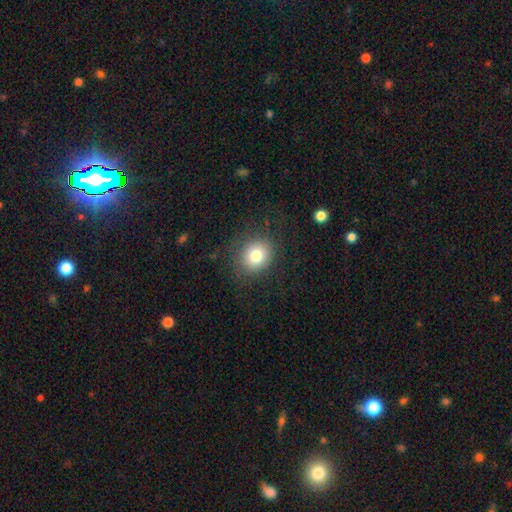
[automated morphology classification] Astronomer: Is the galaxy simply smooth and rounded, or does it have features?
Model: smooth — 78%.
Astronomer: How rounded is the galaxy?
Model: round — 75%.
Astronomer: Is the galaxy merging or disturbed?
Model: none — 83%.